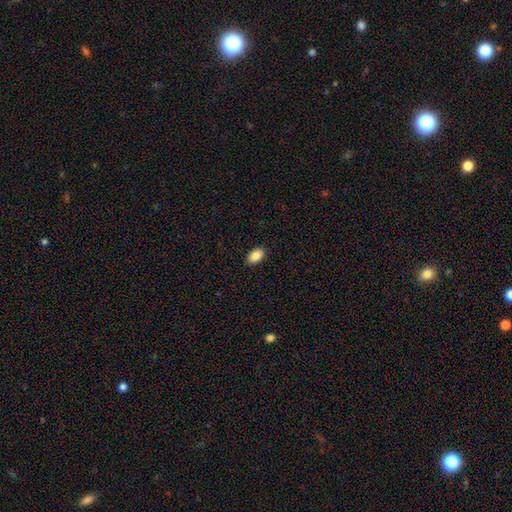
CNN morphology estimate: Smooth or featured: smooth — 86% (star or artifact — 8%)
How rounded: in between — 91% (round — 8%)
Merging: none — 89% (minor disturbance — 9%)